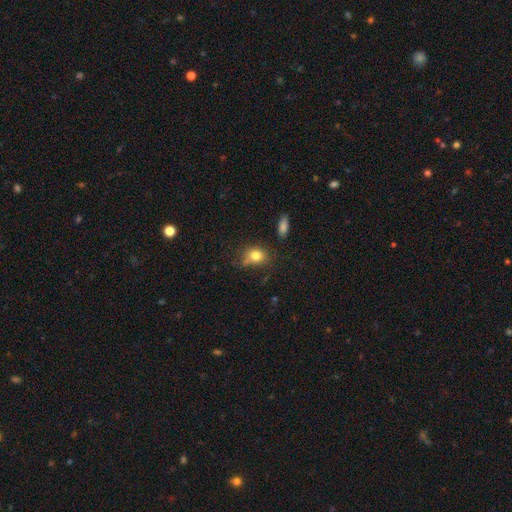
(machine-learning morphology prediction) Q: Smooth or featured?
A: smooth (80%); runner-up: star or artifact (10%)
Q: How rounded?
A: in between (53%); runner-up: round (45%)
Q: Merging?
A: none (57%); runner-up: minor disturbance (27%)